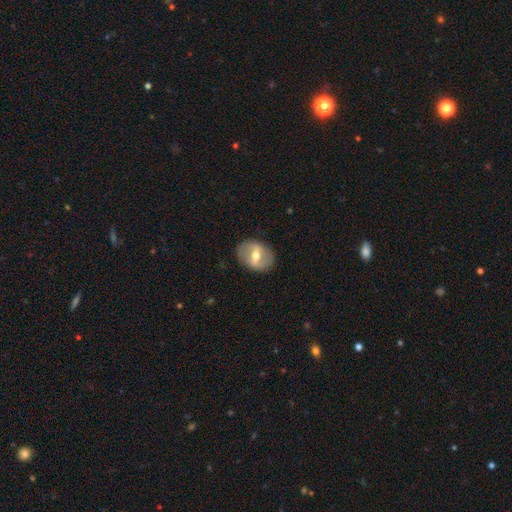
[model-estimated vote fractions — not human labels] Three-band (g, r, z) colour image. It shows a featured or disk galaxy (61%) with a strong bar (54%), no spiral arms (72%) and a moderate central bulge (73%). Merging: none (84%).